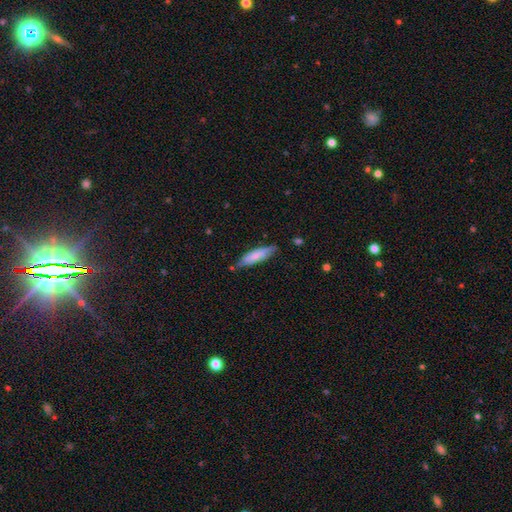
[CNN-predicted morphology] Q: Smooth or featured?
A: smooth (72%); runner-up: featured or disk (23%)
Q: How rounded?
A: cigar-shaped (65%); runner-up: in between (33%)
Q: Merging?
A: none (75%); runner-up: minor disturbance (19%)